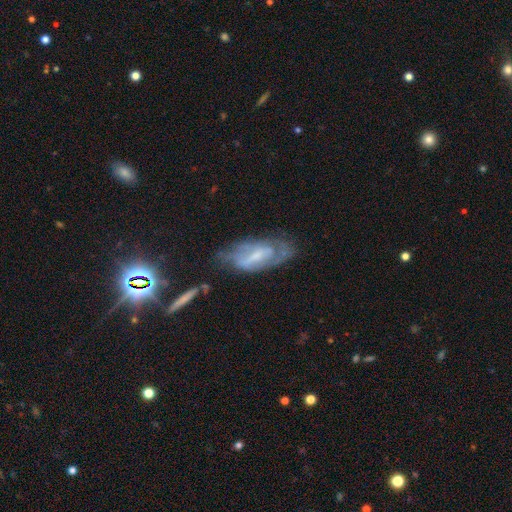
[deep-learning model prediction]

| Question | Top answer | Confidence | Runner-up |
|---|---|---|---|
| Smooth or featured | featured or disk | 67% | smooth (24%) |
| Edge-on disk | no | 89% | yes (11%) |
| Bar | weak | 48% | no (27%) |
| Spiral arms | yes | 70% | no (30%) |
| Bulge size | small | 40% | moderate (33%) |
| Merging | none | 52% | minor disturbance (27%) |